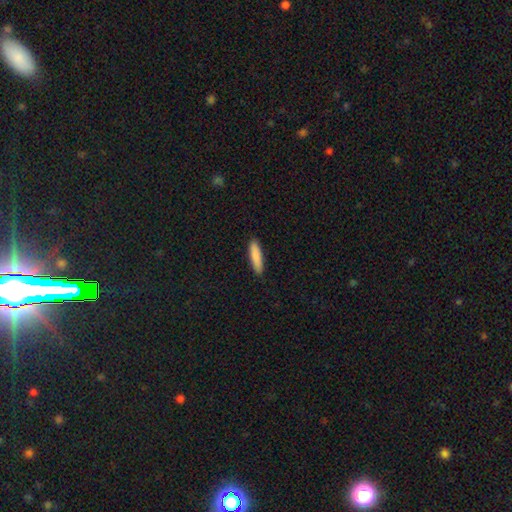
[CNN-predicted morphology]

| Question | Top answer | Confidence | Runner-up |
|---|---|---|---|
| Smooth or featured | smooth | 87% | featured or disk (7%) |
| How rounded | cigar-shaped | 80% | in between (19%) |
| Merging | none | 90% | minor disturbance (7%) |